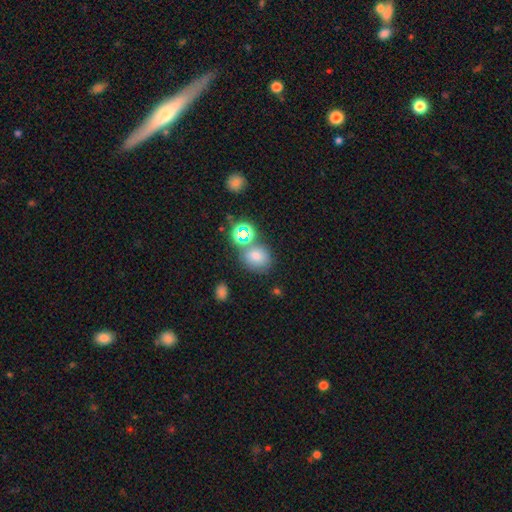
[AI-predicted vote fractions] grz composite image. It shows a smooth galaxy with no disk features (67%) that is round (68%). Merging: none (64%).